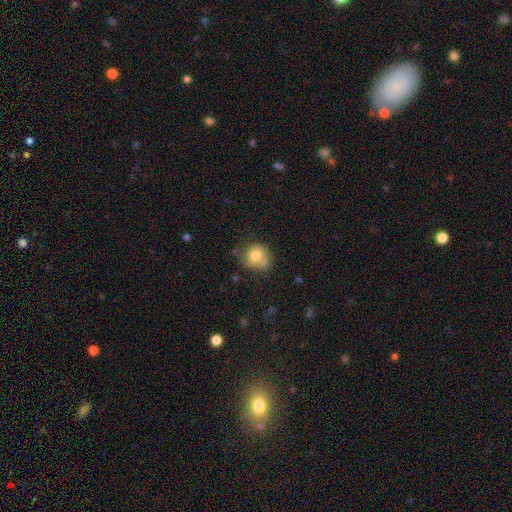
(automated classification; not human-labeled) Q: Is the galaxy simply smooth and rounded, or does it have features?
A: smooth — 74%.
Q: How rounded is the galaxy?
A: round — 78%.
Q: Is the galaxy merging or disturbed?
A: none — 53%.